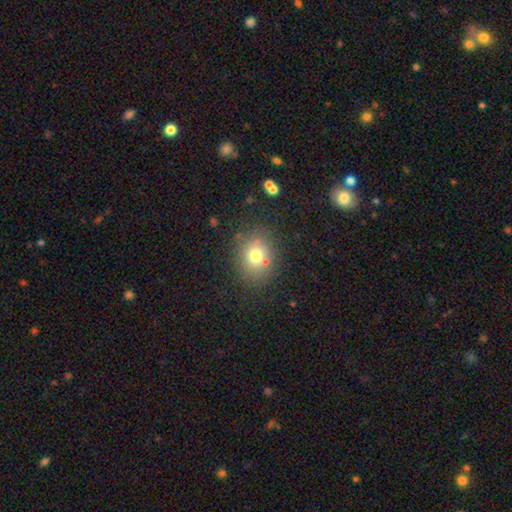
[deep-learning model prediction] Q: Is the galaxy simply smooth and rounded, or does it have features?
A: smooth — 72%.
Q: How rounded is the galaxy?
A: round — 63%.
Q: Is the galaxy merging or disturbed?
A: none — 75%.